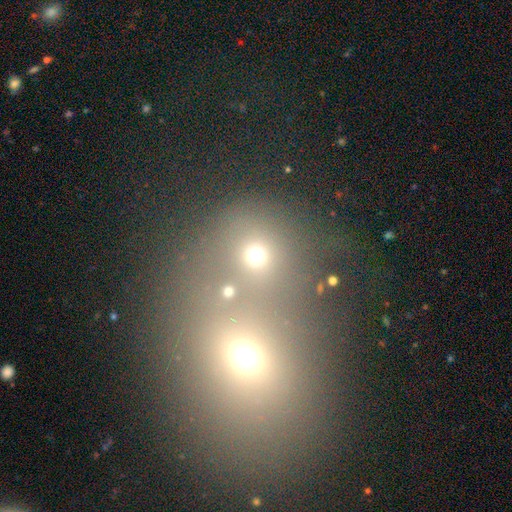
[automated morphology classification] Smooth or featured? smooth (63%)
How rounded? round (82%)
Merging? none (48%)